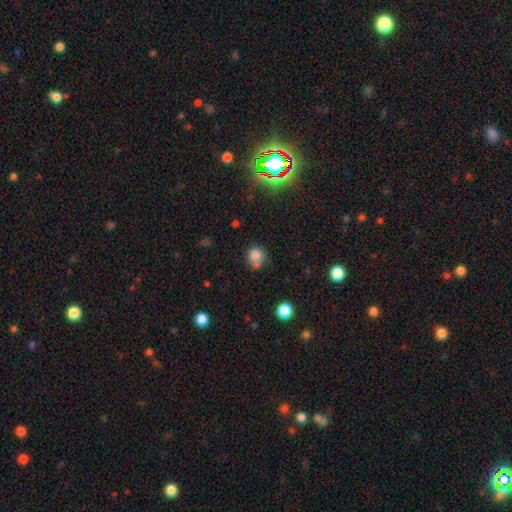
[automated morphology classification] Smooth or featured?
  - smooth: 78% *
  - star or artifact: 13%
  - featured or disk: 9%
How rounded?
  - round: 70% *
  - in between: 29%
  - cigar-shaped: 1%
Merging?
  - none: 49% *
  - minor disturbance: 25%
  - merger: 18%
  - major disturbance: 9%